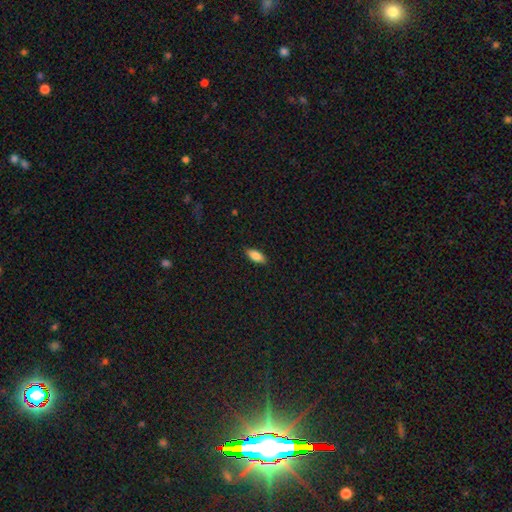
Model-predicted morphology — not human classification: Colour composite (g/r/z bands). It shows a smooth galaxy with no disk features (83%) that is in between round and cigar-shaped (82%). Merging: none (87%).